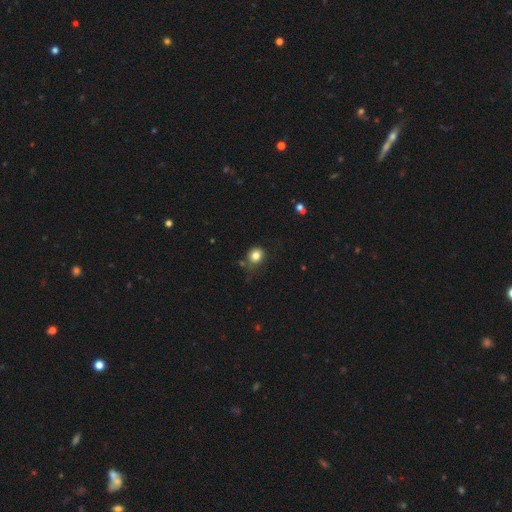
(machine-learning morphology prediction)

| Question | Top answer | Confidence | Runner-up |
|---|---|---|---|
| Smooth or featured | smooth | 81% | star or artifact (12%) |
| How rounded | round | 76% | in between (23%) |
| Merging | none | 69% | minor disturbance (20%) |